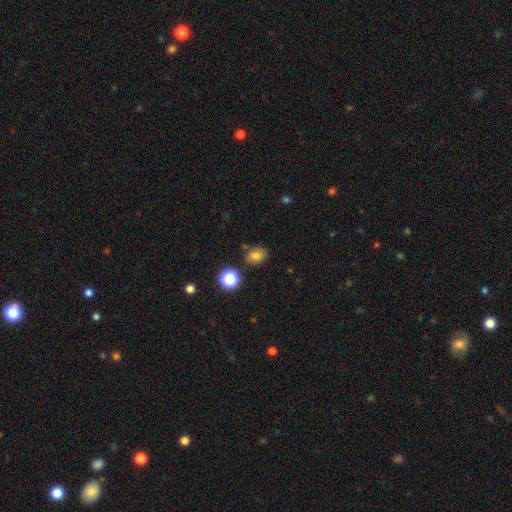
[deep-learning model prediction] Overall: smooth (78%). How rounded: in between (50%; round 48%). Merging: none (78%).